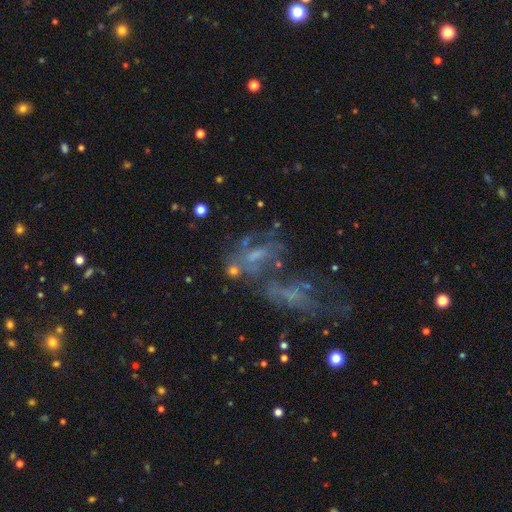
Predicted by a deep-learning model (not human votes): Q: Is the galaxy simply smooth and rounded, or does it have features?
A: featured or disk — 52%.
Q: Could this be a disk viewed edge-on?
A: no — 92%.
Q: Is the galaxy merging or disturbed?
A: none — 30%.